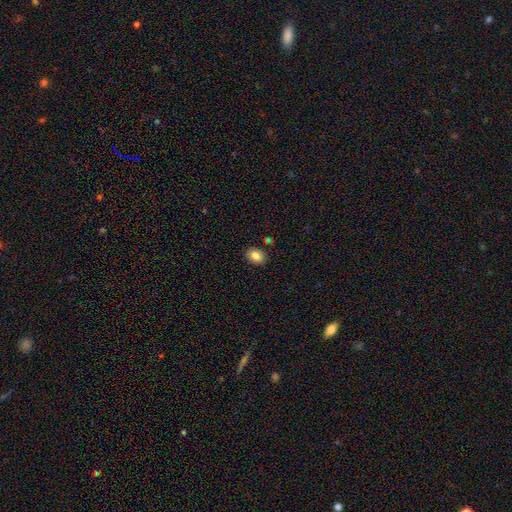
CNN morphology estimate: smooth_or_featured: smooth (p=0.86) [alt: star or artifact p=0.09]
how_rounded: in between (p=0.70) [alt: round p=0.29]
merging: none (p=0.85) [alt: minor disturbance p=0.10]